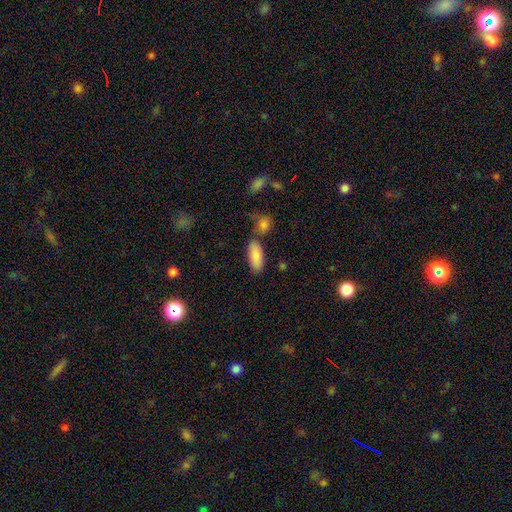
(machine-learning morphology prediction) A smooth galaxy with no disk features (87%) that is in between round and cigar-shaped (84%). Merging: none (74%).